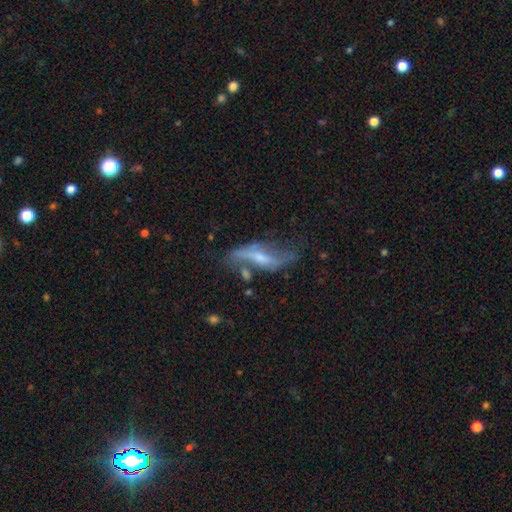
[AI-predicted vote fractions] smooth_or_featured: featured or disk (p=0.70) [alt: smooth p=0.21]
disk_edge_on: no (p=0.67) [alt: yes p=0.33]
merging: none (p=0.47) [alt: minor disturbance p=0.25]